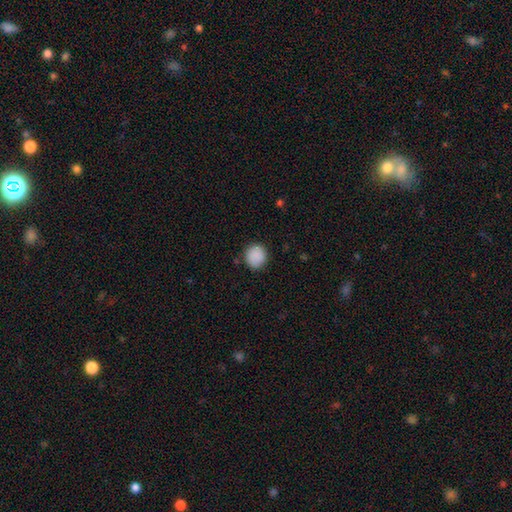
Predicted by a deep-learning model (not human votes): The model was most divided on "how rounded": round: 84%, in between: 15%, cigar-shaped: 1%. More confident: smooth or featured — smooth (89%); merging — none (85%).